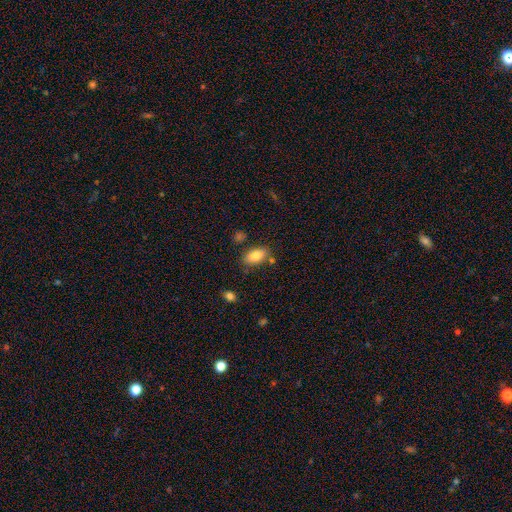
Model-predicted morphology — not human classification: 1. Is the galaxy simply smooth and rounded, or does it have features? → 83% smooth, 9% featured or disk, 8% star or artifact.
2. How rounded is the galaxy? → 91% in between, 5% cigar-shaped, 4% round.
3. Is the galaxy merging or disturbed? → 78% none, 13% minor disturbance, 6% merger, 3% major disturbance.